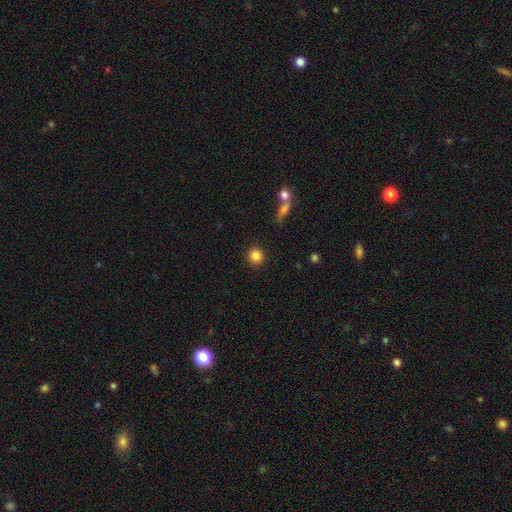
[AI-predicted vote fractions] The model was most divided on "smooth or featured": smooth: 85%, star or artifact: 10%, featured or disk: 5%. More confident: how rounded — round (94%); merging — none (90%).